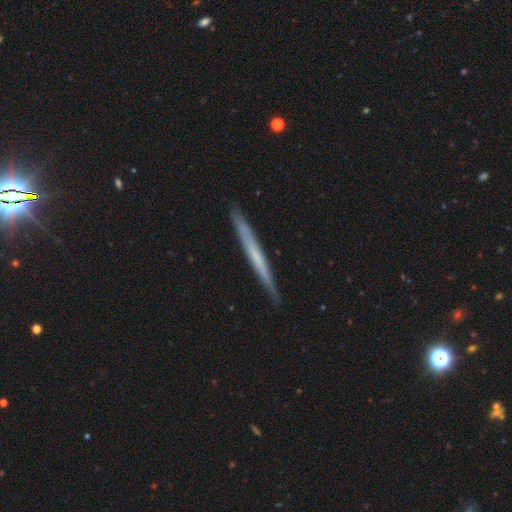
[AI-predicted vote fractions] Smooth or featured? featured or disk (50%)
Merging? none (90%)